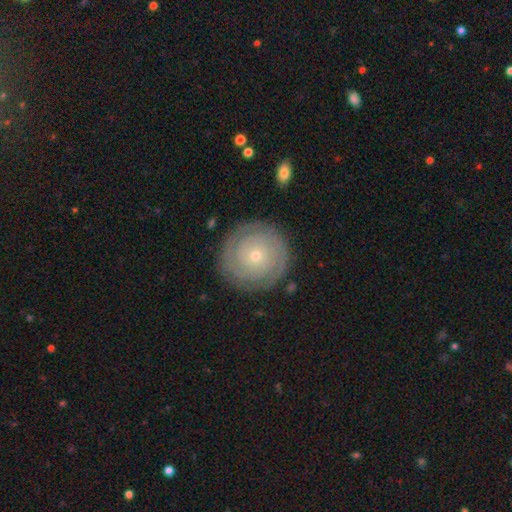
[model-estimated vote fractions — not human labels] Smooth or featured: featured or disk — 81% (smooth — 13%)
Edge-on disk: no — 98% (yes — 2%)
Bar: no — 83% (weak — 13%)
Spiral arms: yes — 94% (no — 6%)
Spiral winding: tight — 87% (medium — 10%)
Spiral arm count: 2 — 43% (can't tell — 23%)
Bulge size: small — 78% (moderate — 19%)
Merging: none — 87% (minor disturbance — 9%)